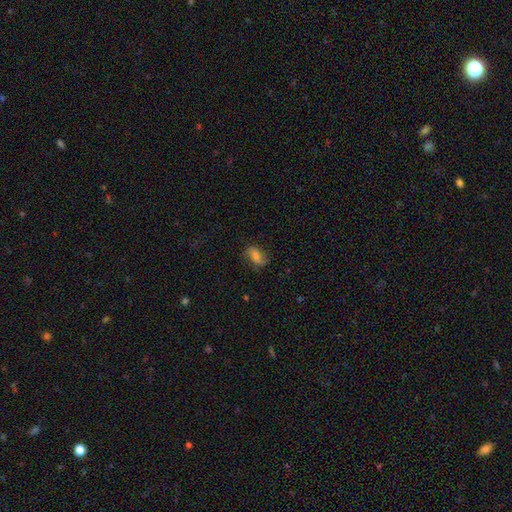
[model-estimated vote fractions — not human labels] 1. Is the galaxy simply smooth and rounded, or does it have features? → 59% smooth, 30% featured or disk, 11% star or artifact.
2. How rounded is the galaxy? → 85% in between, 10% round, 6% cigar-shaped.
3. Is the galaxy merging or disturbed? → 73% none, 19% minor disturbance, 7% major disturbance, 1% merger.